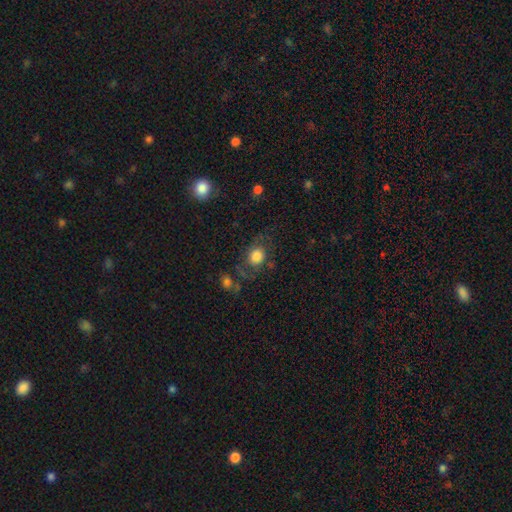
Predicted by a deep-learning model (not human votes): smooth_or_featured: smooth (p=0.71) [alt: featured or disk p=0.19]
how_rounded: round (p=0.57) [alt: in between p=0.42]
merging: none (p=0.61) [alt: minor disturbance p=0.20]